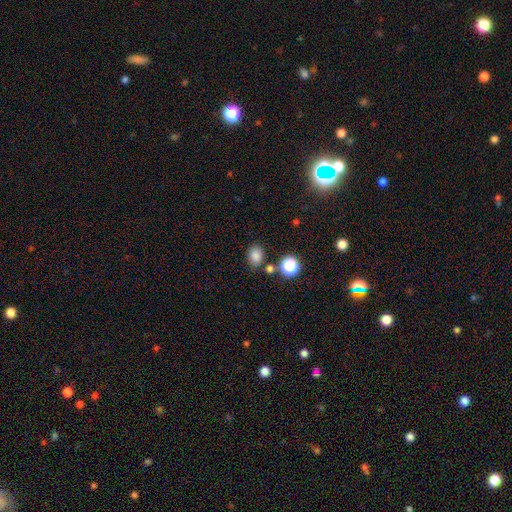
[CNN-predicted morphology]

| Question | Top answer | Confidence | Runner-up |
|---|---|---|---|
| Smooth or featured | smooth | 81% | star or artifact (14%) |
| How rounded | in between | 58% | round (41%) |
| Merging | none | 76% | minor disturbance (11%) |